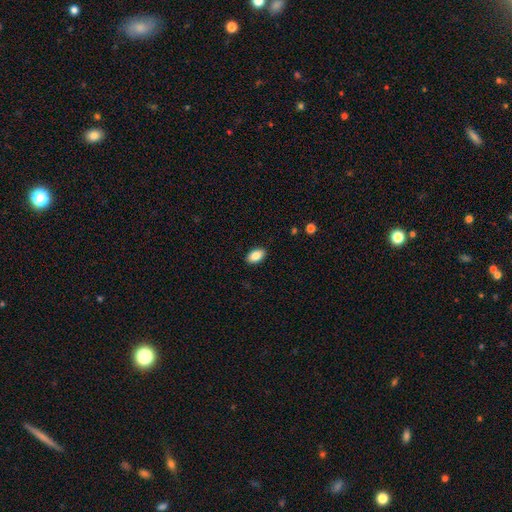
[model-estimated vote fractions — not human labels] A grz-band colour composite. It shows a smooth galaxy with no disk features (86%) that is in between round and cigar-shaped (93%). Merging: none (90%).